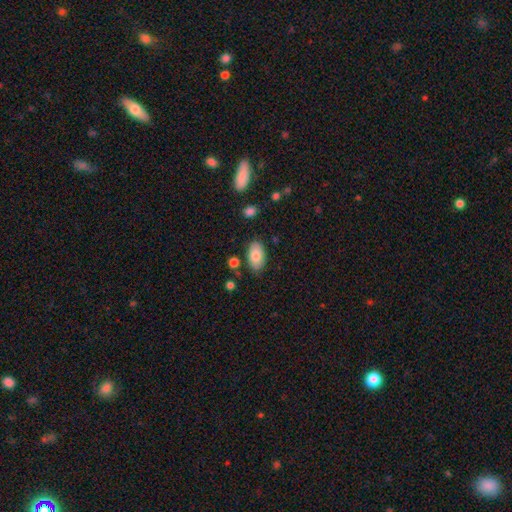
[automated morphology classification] The model was most divided on "smooth or featured": smooth: 81%, featured or disk: 12%, star or artifact: 7%. More confident: how rounded — in between (94%); merging — none (83%).